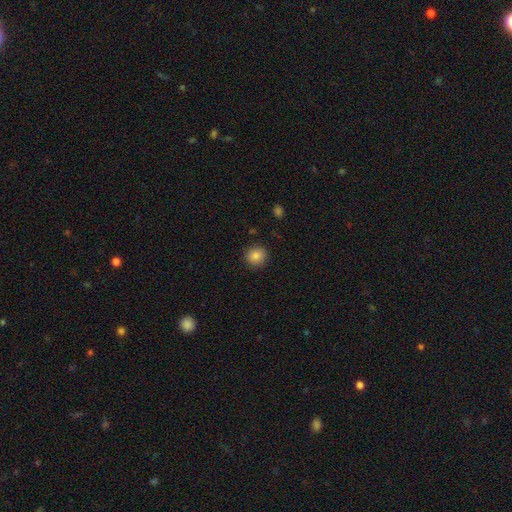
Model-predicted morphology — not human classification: smooth 84%, star or artifact 10%, featured or disk 6%. Down the decision tree: how rounded — round (91%); merging — none (90%).